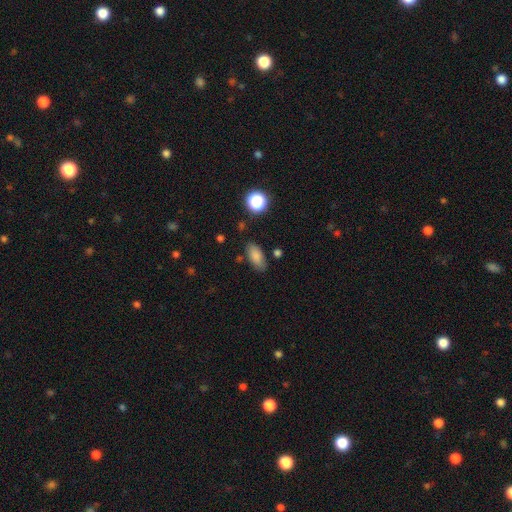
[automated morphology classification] Q: Smooth or featured?
A: smooth (82%); runner-up: star or artifact (10%)
Q: How rounded?
A: in between (87%); runner-up: cigar-shaped (9%)
Q: Merging?
A: none (79%); runner-up: minor disturbance (14%)